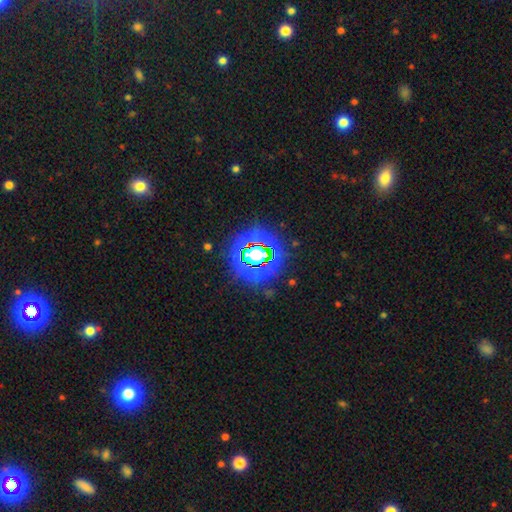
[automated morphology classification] star or artifact 74%, smooth 16%, featured or disk 11%.